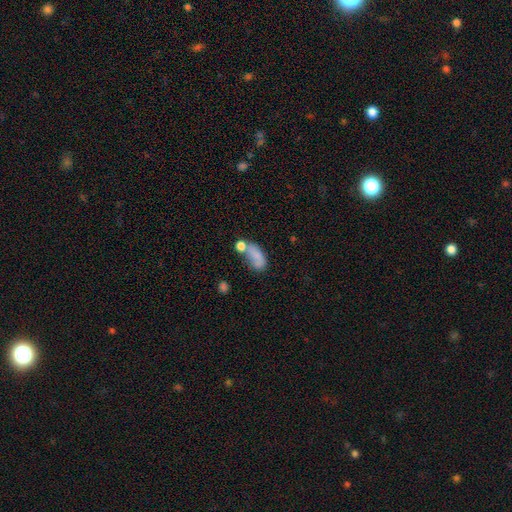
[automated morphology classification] Smooth or featured? smooth (72%)
How rounded? in between (87%)
Merging? merger (34%)